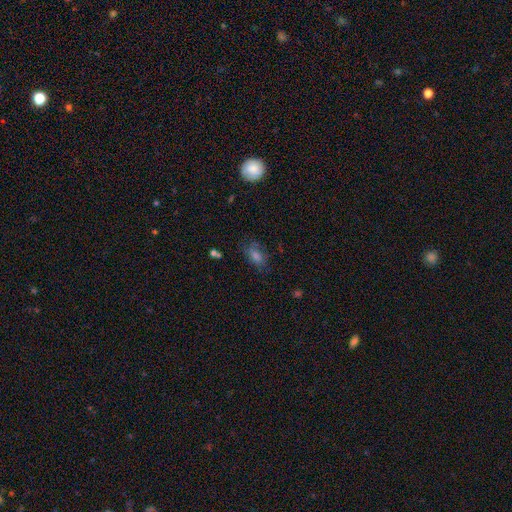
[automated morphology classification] smooth-or-featured: smooth: 60% | star or artifact: 20% | featured or disk: 20%
  how-rounded: in between: 80% | round: 14% | cigar-shaped: 7%
  merging: none: 72% | minor disturbance: 19% | major disturbance: 7% | merger: 2%